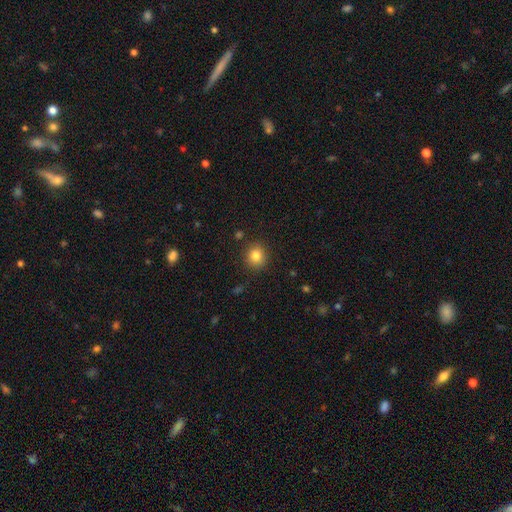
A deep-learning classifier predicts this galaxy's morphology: The model was most divided on "smooth or featured": smooth: 82%, star or artifact: 11%, featured or disk: 7%. More confident: merging — none (88%); how rounded — round (86%).